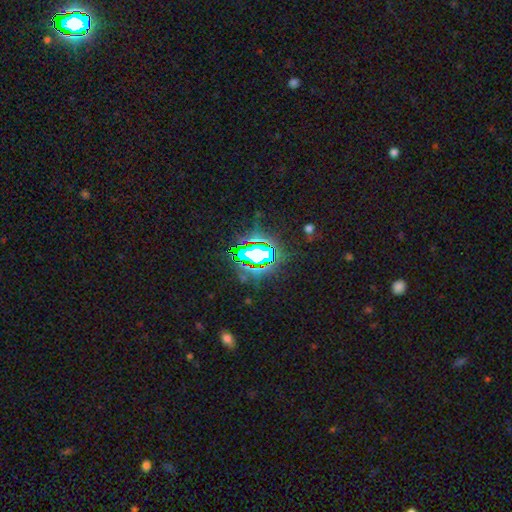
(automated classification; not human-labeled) This is likely a star or artifact rather than a galaxy (70%).